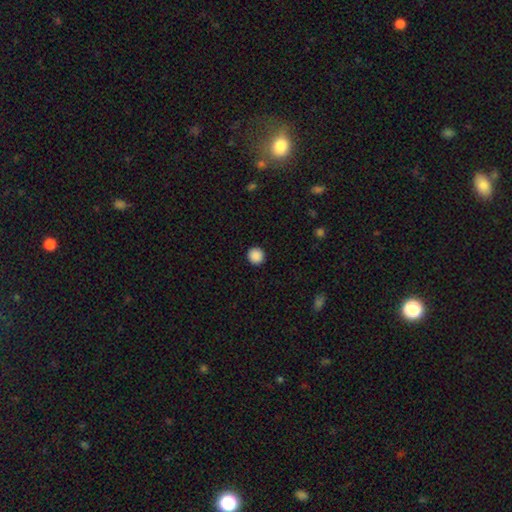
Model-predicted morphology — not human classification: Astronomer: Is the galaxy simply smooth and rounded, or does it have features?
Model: smooth — 89%.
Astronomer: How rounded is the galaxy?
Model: round — 95%.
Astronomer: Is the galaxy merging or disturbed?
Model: none — 93%.